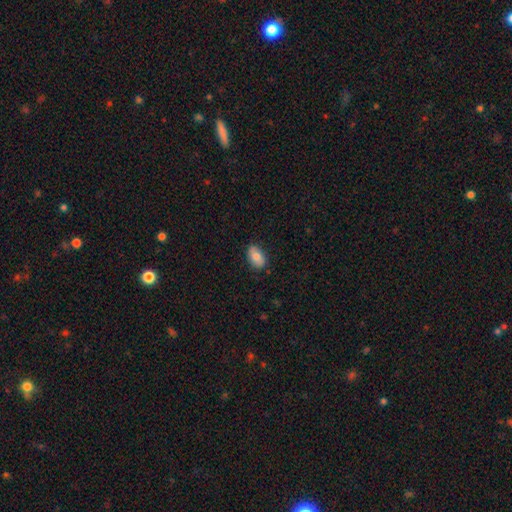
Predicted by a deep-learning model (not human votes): Smooth or featured?
  - smooth: 77% *
  - featured or disk: 16%
  - star or artifact: 7%
How rounded?
  - in between: 90% *
  - round: 8%
  - cigar-shaped: 2%
Merging?
  - none: 81% *
  - minor disturbance: 15%
  - major disturbance: 3%
  - merger: 1%